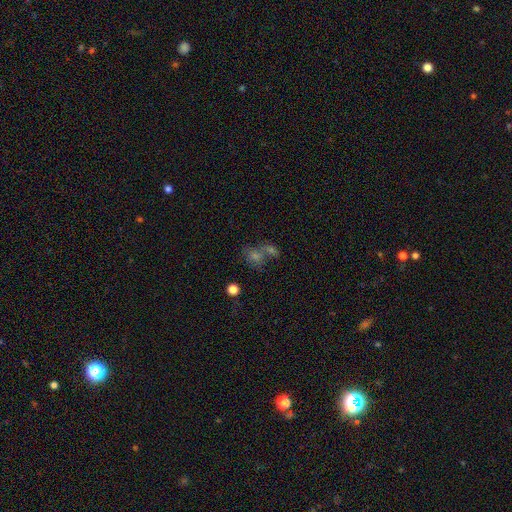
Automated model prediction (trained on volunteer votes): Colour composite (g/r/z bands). It shows a smooth galaxy with no disk features (50%) that is round (62%). Merging: merger (42%).